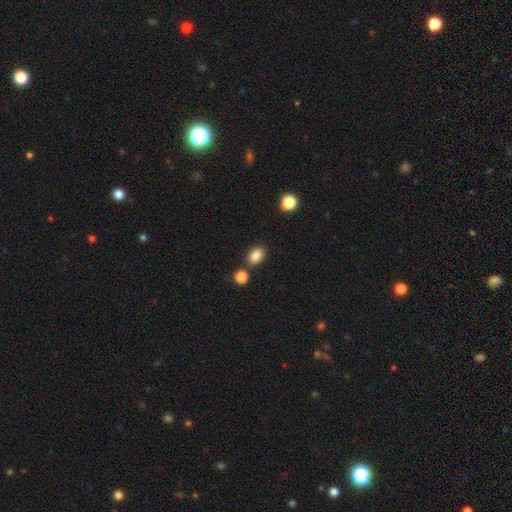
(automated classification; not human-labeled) Smooth or featured?
  - smooth: 86% *
  - star or artifact: 10%
  - featured or disk: 4%
How rounded?
  - in between: 73% *
  - round: 26%
  - cigar-shaped: 1%
Merging?
  - none: 74% *
  - merger: 12%
  - minor disturbance: 11%
  - major disturbance: 3%